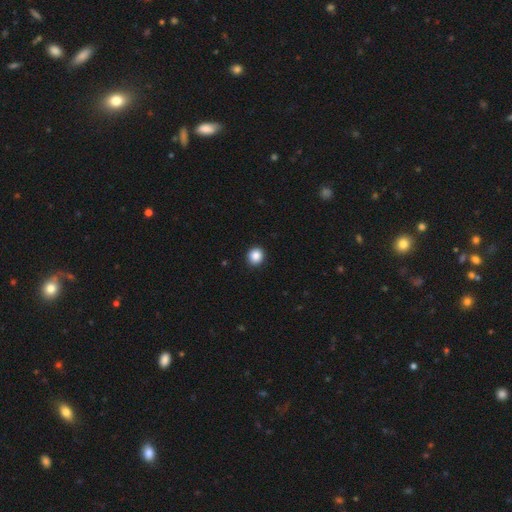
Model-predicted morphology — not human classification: This appears to be a smooth galaxy with no disk features (87%) that is round (84%). Merging: none (92%).